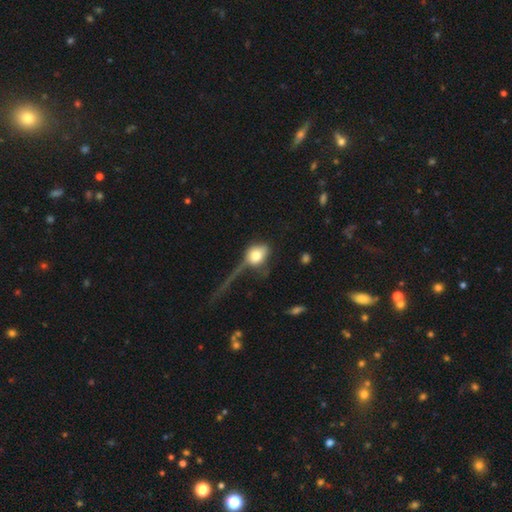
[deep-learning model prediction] The model was most divided on "how rounded": in between: 53%, round: 44%, cigar-shaped: 3%. Remaining: smooth or featured — smooth (71%); merging — major disturbance (42%).